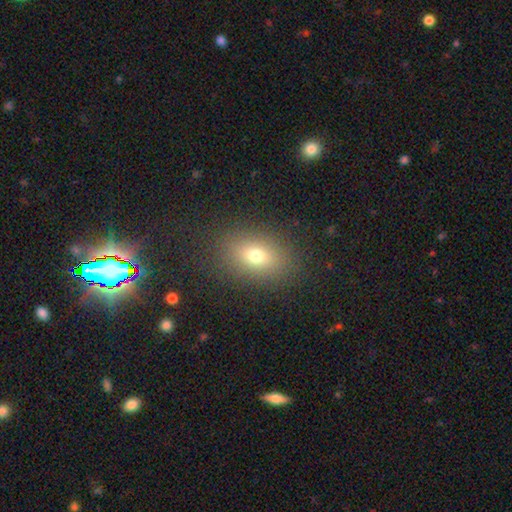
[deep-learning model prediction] smooth-or-featured: smooth: 72% | star or artifact: 14% | featured or disk: 14%
  how-rounded: in between: 75% | round: 23% | cigar-shaped: 2%
  merging: none: 86% | minor disturbance: 9% | major disturbance: 4% | merger: 1%